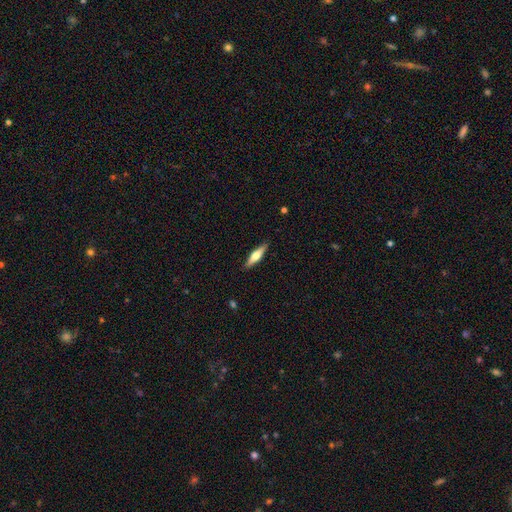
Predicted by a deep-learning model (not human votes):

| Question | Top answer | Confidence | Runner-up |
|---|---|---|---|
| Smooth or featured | featured or disk | 49% | smooth (45%) |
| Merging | none | 89% | minor disturbance (8%) |